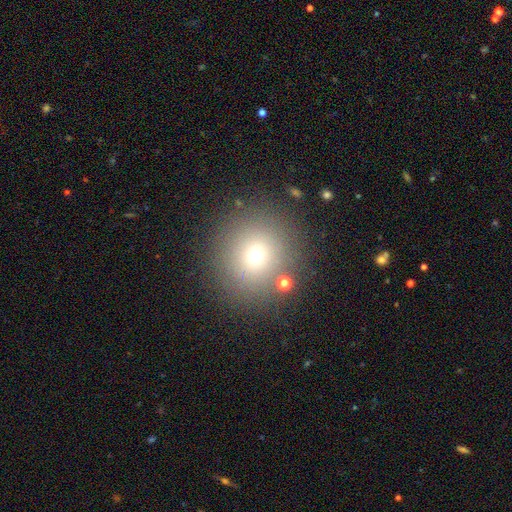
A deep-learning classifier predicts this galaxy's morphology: This appears to be a smooth galaxy with no disk features (68%) that is round (94%). Merging: none (84%).